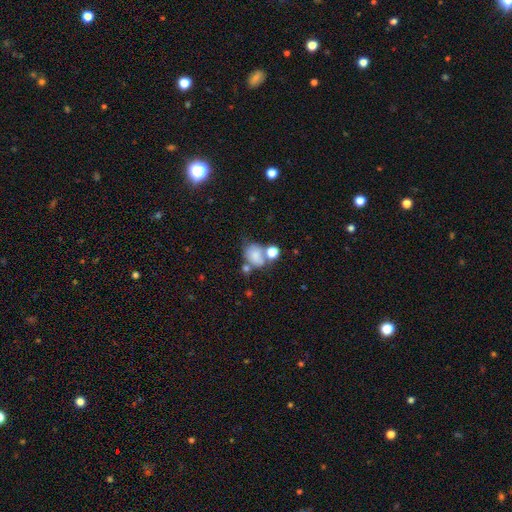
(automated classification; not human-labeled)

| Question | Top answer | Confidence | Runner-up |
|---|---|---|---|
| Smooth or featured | smooth | 71% | featured or disk (17%) |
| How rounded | in between | 54% | round (44%) |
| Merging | merger | 37% | none (34%) |